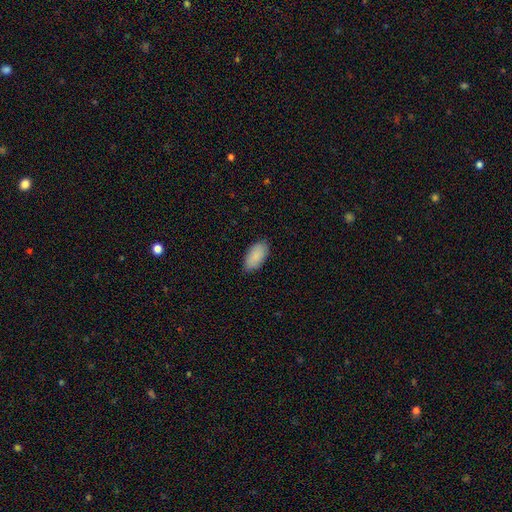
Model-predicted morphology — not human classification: Smooth or featured?
  - smooth: 89% *
  - star or artifact: 6%
  - featured or disk: 5%
How rounded?
  - in between: 95% *
  - cigar-shaped: 3%
  - round: 2%
Merging?
  - none: 82% *
  - minor disturbance: 15%
  - major disturbance: 2%
  - merger: 1%